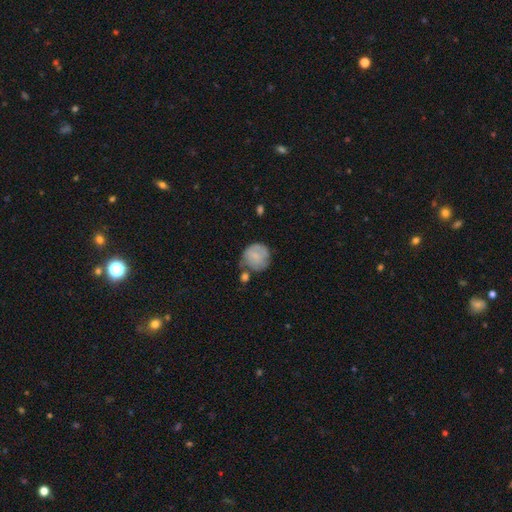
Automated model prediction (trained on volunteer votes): smooth_or_featured: smooth (p=0.73) [alt: featured or disk p=0.20]
how_rounded: round (p=0.87) [alt: in between p=0.12]
merging: none (p=0.49) [alt: minor disturbance p=0.26]